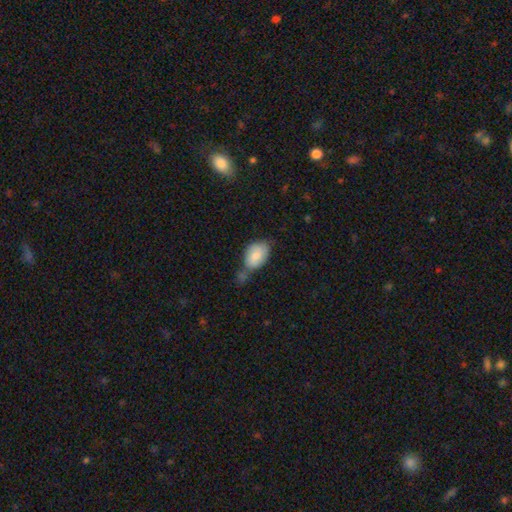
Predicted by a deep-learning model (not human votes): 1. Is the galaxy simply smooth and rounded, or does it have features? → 81% smooth, 12% featured or disk, 7% star or artifact.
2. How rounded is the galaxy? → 83% in between, 16% round, 1% cigar-shaped.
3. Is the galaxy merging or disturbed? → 38% none, 26% minor disturbance, 25% merger, 10% major disturbance.